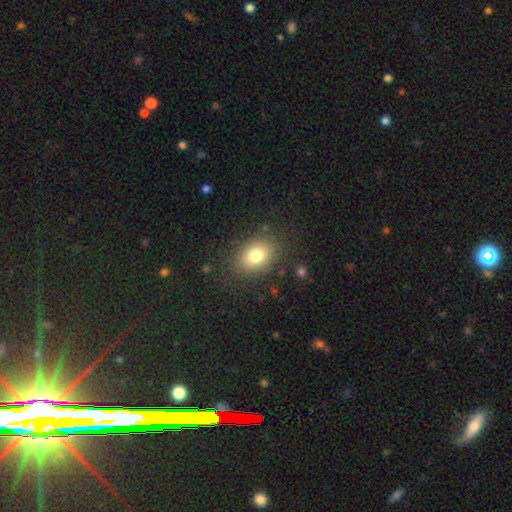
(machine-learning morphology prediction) type=smooth (79%); roundness=in between (71%); merging=none (82%).